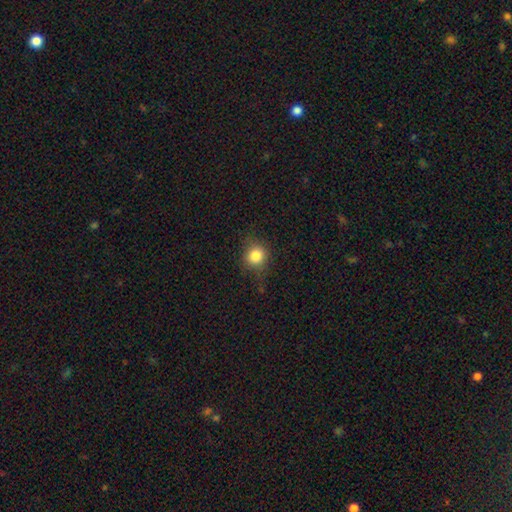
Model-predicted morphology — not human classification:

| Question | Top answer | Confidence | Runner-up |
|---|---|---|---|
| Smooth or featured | smooth | 82% | star or artifact (11%) |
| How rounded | round | 82% | in between (17%) |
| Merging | none | 79% | minor disturbance (15%) |